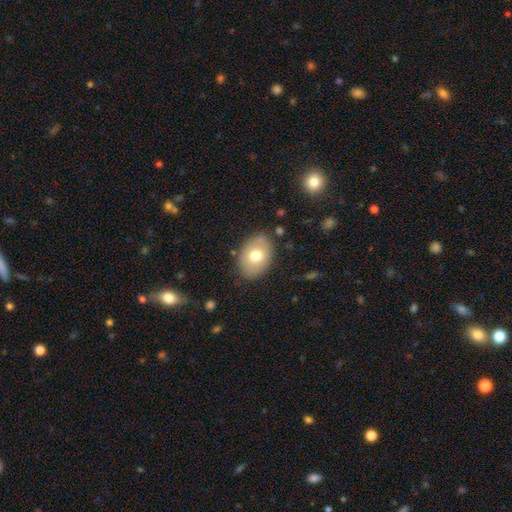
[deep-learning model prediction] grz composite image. It shows a smooth galaxy with no disk features (70%) that is in between round and cigar-shaped (78%). Merging: none (83%).